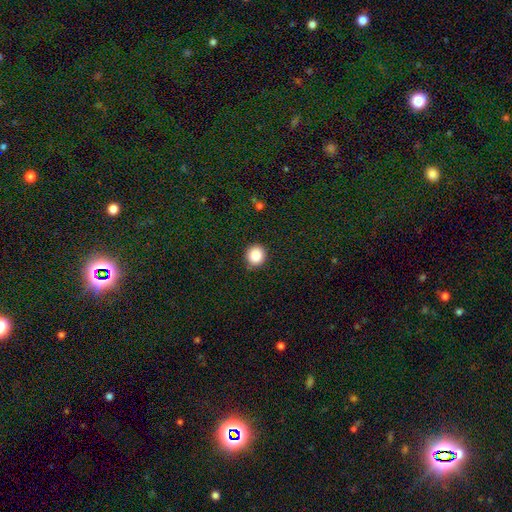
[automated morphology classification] A smooth galaxy with no disk features (87%) that is round (91%).

Vote fractions:
- Smooth or featured? smooth: 87% / star or artifact: 9% / featured or disk: 4%
- How rounded? round: 91% / in between: 8% / cigar-shaped: 1%
- Merging? none: 90% / minor disturbance: 7% / major disturbance: 2% / merger: 1%